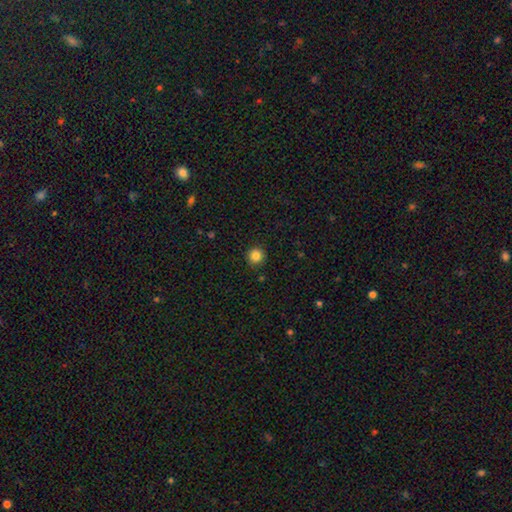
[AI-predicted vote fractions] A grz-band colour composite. It shows a smooth galaxy with no disk features (84%) that is round (95%). Merging: none (92%).